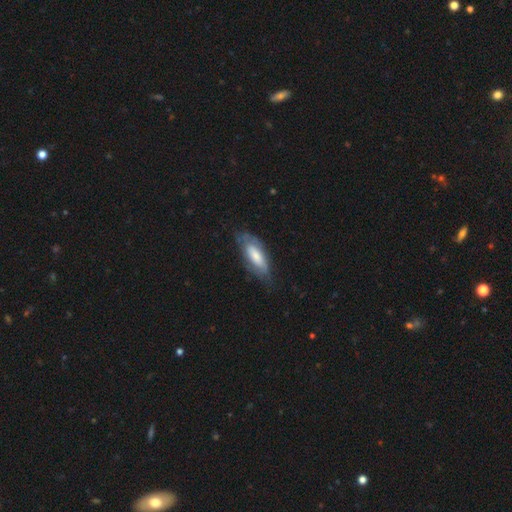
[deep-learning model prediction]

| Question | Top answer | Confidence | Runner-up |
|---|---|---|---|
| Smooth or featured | smooth | 52% | featured or disk (42%) |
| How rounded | in between | 77% | cigar-shaped (21%) |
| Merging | none | 63% | minor disturbance (25%) |